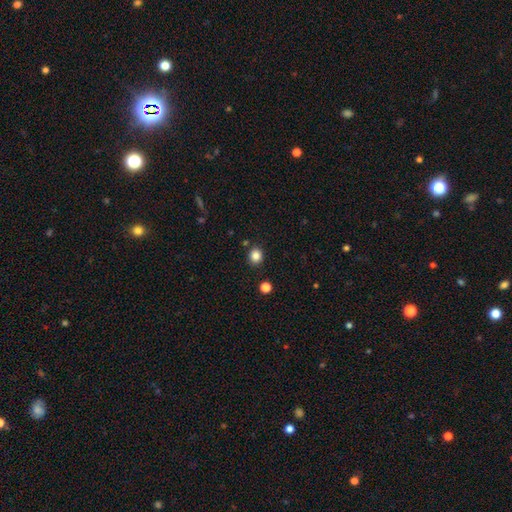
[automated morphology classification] smooth-or-featured: smooth: 85% | star or artifact: 11% | featured or disk: 4%
  how-rounded: round: 78% | in between: 21% | cigar-shaped: 1%
  merging: none: 87% | minor disturbance: 8% | merger: 3% | major disturbance: 2%